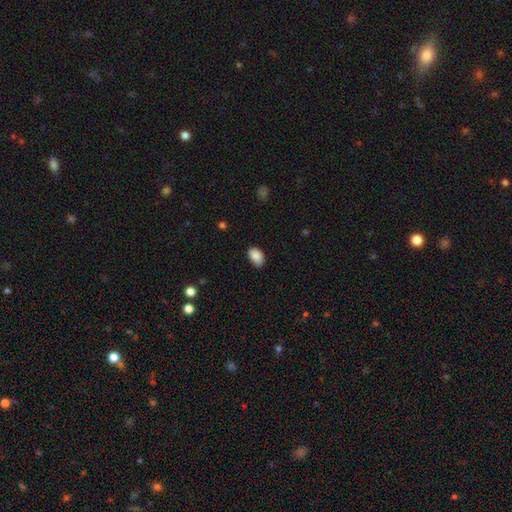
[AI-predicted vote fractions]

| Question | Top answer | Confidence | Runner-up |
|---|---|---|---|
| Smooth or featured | smooth | 89% | star or artifact (7%) |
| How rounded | in between | 89% | round (10%) |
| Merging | none | 76% | minor disturbance (20%) |